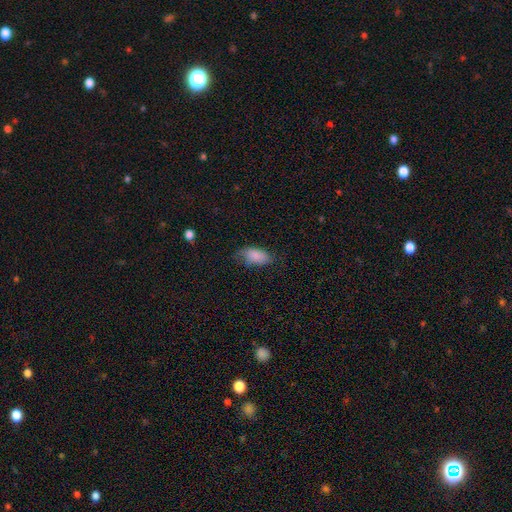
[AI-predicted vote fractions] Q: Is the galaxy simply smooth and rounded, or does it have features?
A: smooth — 82%.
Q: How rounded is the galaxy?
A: in between — 93%.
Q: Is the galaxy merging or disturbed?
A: none — 55%.